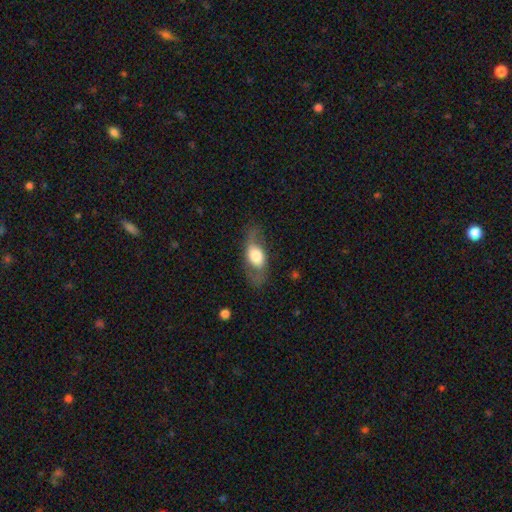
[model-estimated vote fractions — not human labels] Smooth or featured? Predicted: featured or disk (p=0.52). Edge-on disk? Predicted: no (p=0.77). Merging? Predicted: none (p=0.66).